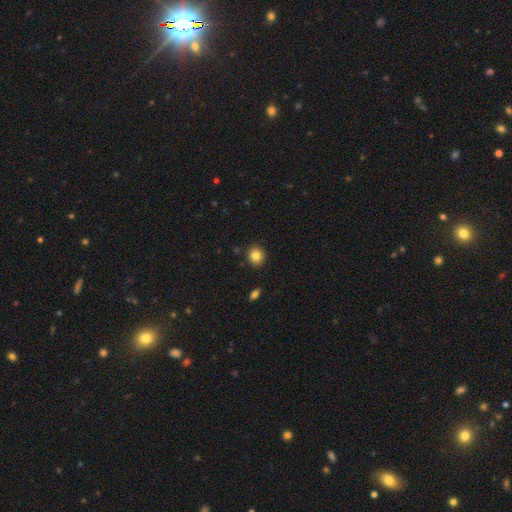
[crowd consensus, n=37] Smooth or featured: smooth — 92% (star or artifact — 5%)
How rounded: round — 79% (in between — 18%)
Merging: none — 77% (minor disturbance — 14%)